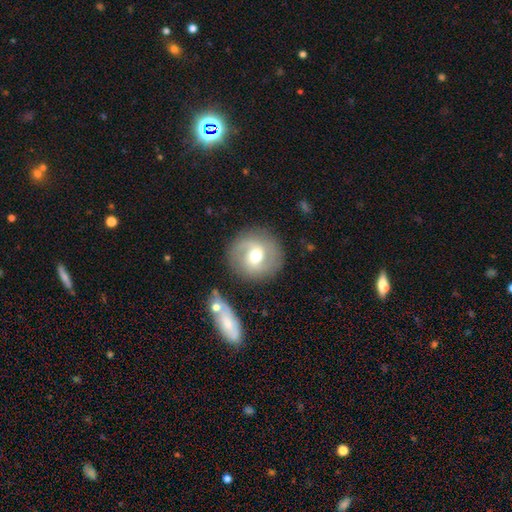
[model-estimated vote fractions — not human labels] A featured or disk galaxy (62%) with a weak bar (44%), spiral arms (83%) and a moderate central bulge (75%). Merging: none (82%).